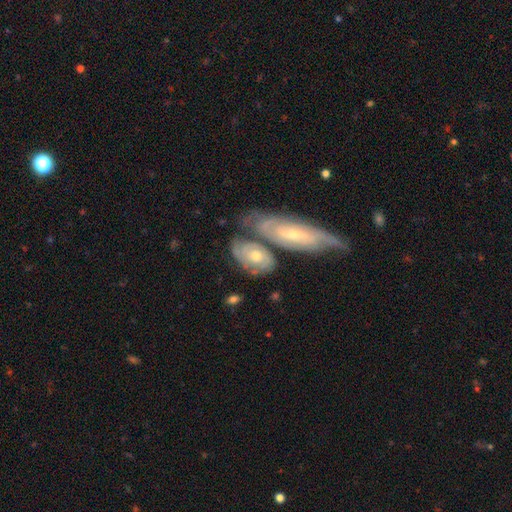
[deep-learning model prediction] Morphology: type=featured or disk (68%); edge-on=no (91%); bar=no (73%); spiral arms=yes (82%); winding=tight (65%); arm count=can't tell (47%); bulge=moderate (56%); merging=none (42%).